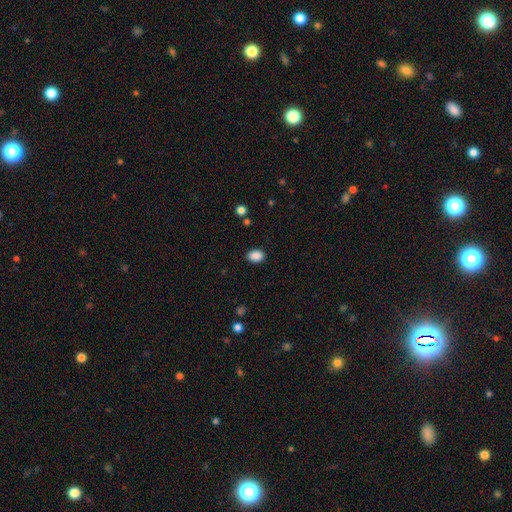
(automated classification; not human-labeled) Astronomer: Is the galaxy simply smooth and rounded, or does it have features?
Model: smooth — 89%.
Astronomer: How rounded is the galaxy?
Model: in between — 74%.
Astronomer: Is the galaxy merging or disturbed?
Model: none — 88%.